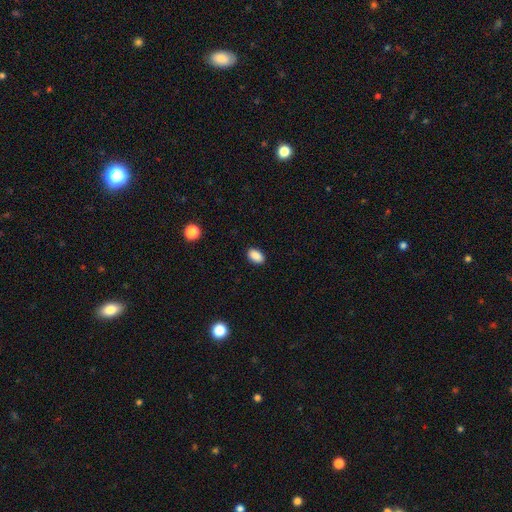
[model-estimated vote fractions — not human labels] Morphology: type=smooth (89%); roundness=in between (90%); merging=none (89%).